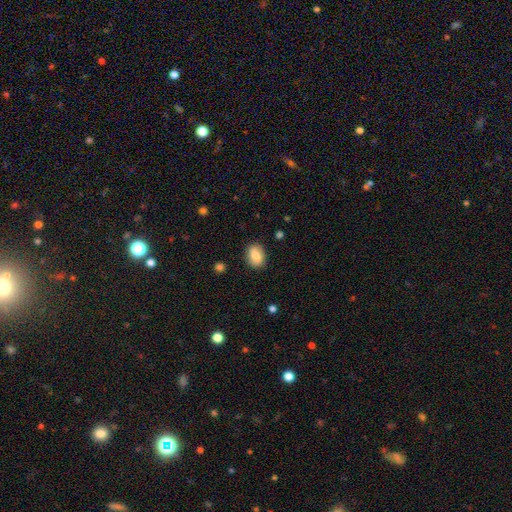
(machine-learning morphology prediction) Smooth or featured? Predicted: smooth (p=0.77). How rounded? Predicted: in between (p=0.72). Merging? Predicted: none (p=0.85).